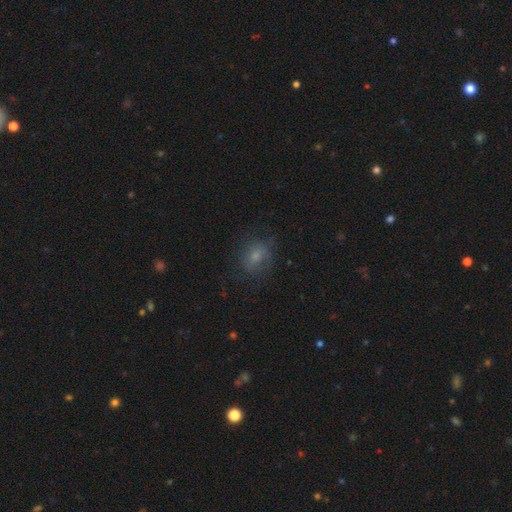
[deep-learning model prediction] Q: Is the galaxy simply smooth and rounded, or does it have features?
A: smooth — 66%.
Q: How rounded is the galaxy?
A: round — 55%.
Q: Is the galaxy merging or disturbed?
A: none — 69%.